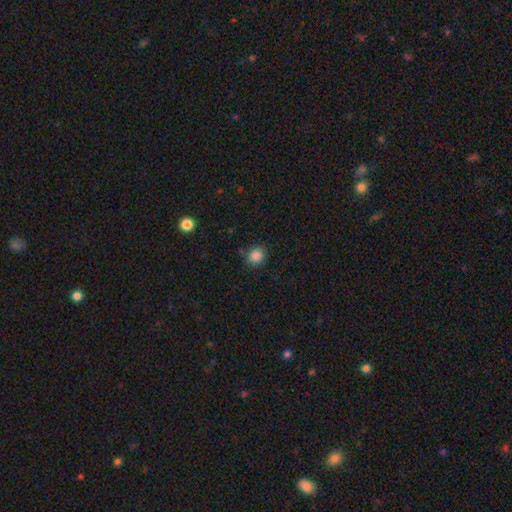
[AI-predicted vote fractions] Smooth or featured: smooth — 85% (star or artifact — 11%)
How rounded: round — 85% (in between — 14%)
Merging: none — 84% (minor disturbance — 10%)